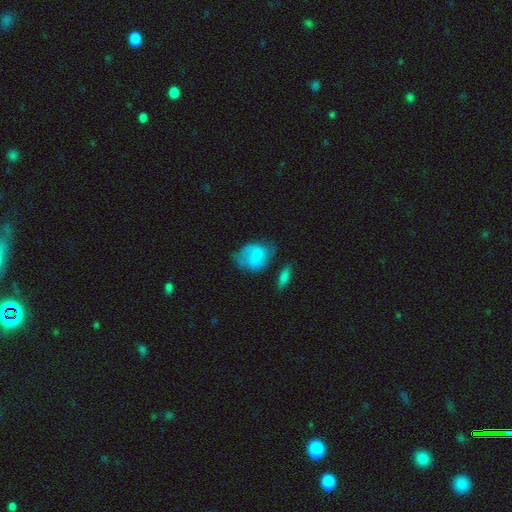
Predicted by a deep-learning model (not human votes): Overall: smooth (58%; featured or disk 34%). How rounded: in between (60%; round 38%). Merging: none (46%; minor disturbance 29%).